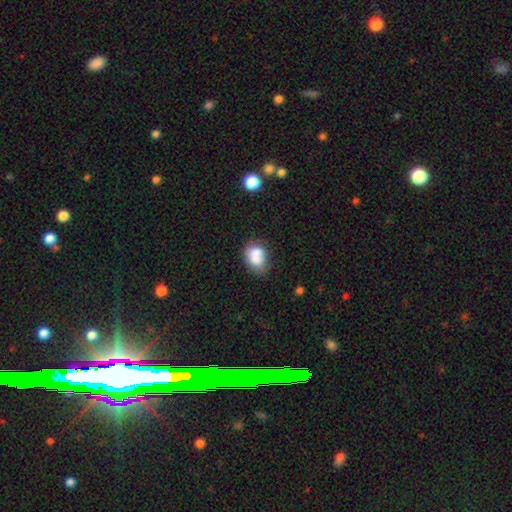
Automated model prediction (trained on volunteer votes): Smooth or featured?
  - smooth: 73% *
  - featured or disk: 17%
  - star or artifact: 9%
How rounded?
  - in between: 67% *
  - round: 32%
  - cigar-shaped: 1%
Merging?
  - none: 37% *
  - merger: 35%
  - minor disturbance: 20%
  - major disturbance: 8%